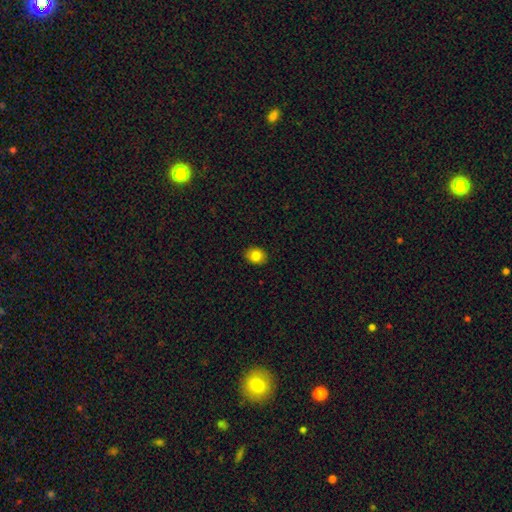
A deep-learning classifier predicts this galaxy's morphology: Q: Smooth or featured?
A: smooth (83%); runner-up: star or artifact (10%)
Q: How rounded?
A: in between (52%); runner-up: round (48%)
Q: Merging?
A: none (89%); runner-up: minor disturbance (8%)